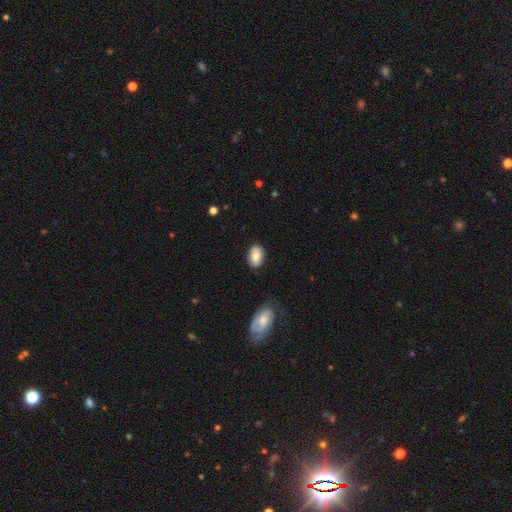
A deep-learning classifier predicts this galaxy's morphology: type=smooth (82%); roundness=in between (88%); merging=none (83%).